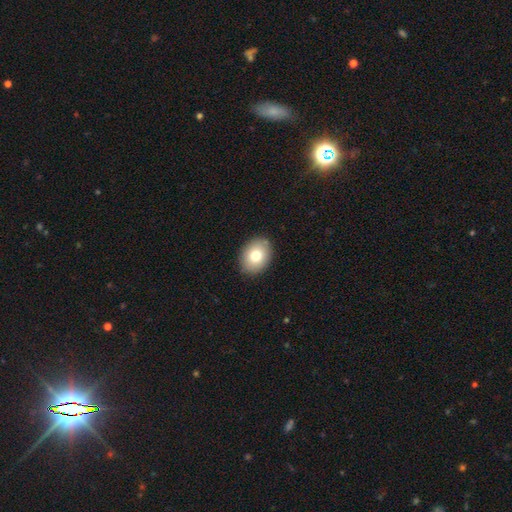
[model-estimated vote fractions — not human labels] smooth 78%, featured or disk 14%, star or artifact 9%. Down the decision tree: how rounded — in between (66%); merging — none (88%).